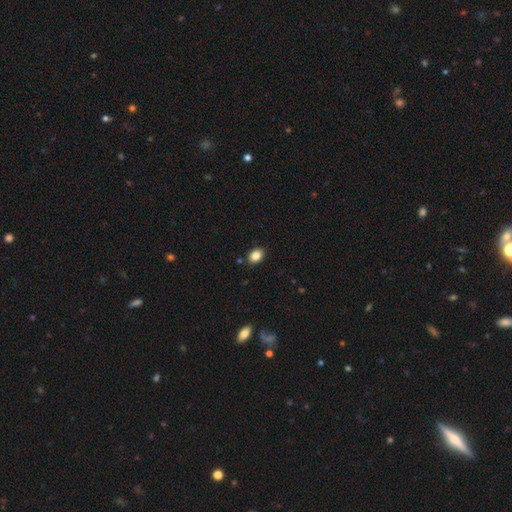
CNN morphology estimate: Overall: smooth (86%). How rounded: in between (69%; round 30%). Merging: none (88%).